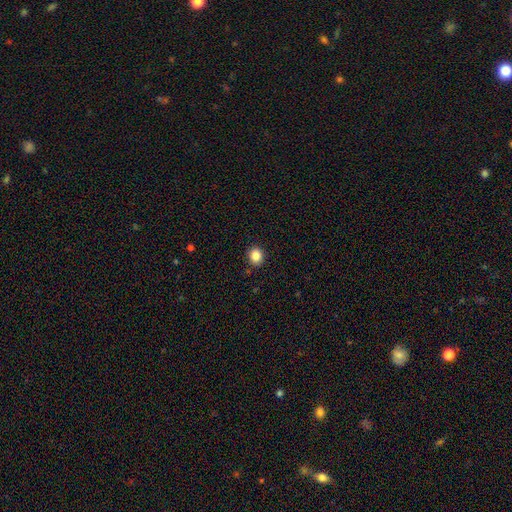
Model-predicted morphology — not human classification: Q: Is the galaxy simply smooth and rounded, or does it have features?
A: smooth — 86%.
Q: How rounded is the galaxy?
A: round — 74%.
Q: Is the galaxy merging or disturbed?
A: none — 91%.